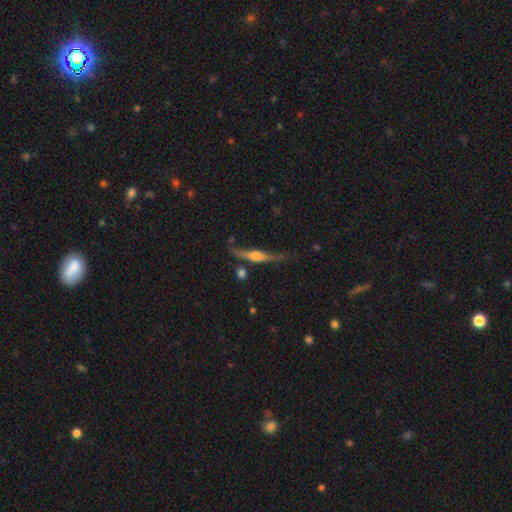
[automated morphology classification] Smooth or featured? Predicted: featured or disk (p=0.68). Edge-on disk? Predicted: yes (p=0.95). Edge-on bulge? Predicted: rounded (p=0.83). Merging? Predicted: none (p=0.69).